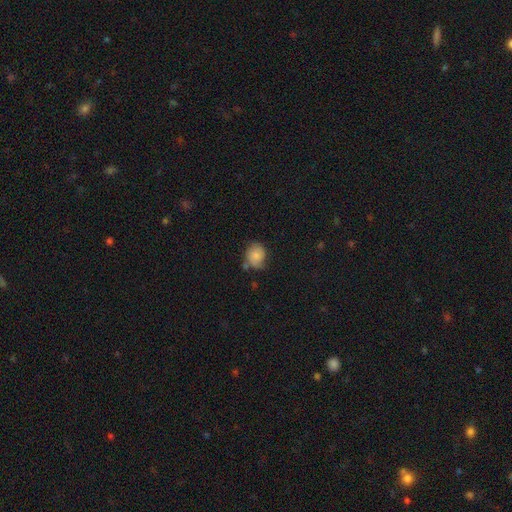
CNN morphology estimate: A smooth galaxy with no disk features (77%) that is round (59%). Merging: none (55%).